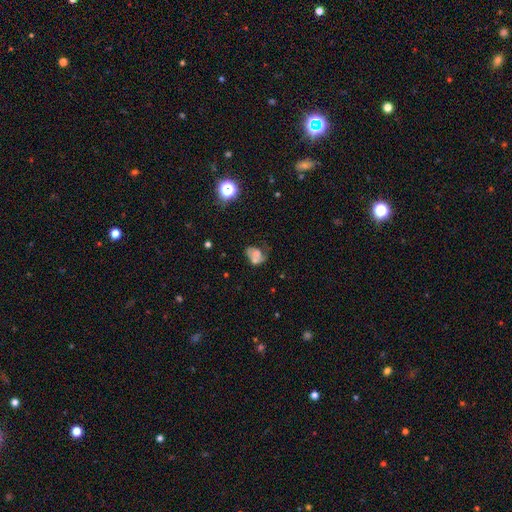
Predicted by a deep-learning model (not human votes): This is marginally a featured or disk galaxy (43%). Merging: marginally none (30%).